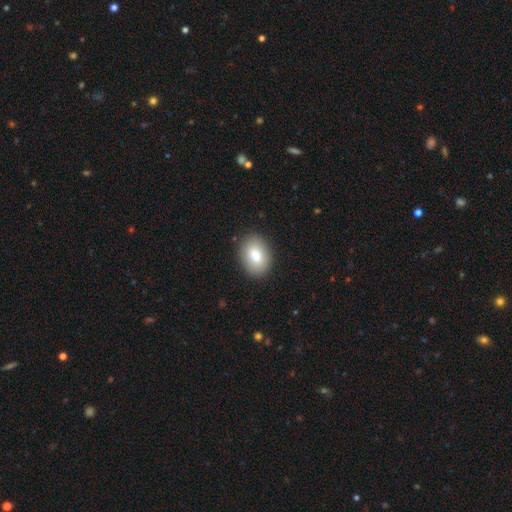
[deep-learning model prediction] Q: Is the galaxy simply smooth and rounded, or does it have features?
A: smooth — 79%.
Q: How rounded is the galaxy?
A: in between — 75%.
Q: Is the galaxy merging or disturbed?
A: none — 88%.